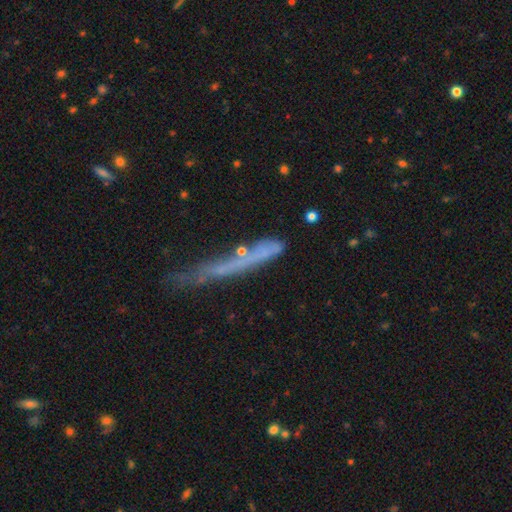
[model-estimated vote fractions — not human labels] Smooth or featured? smooth (46%)
Merging? none (45%)